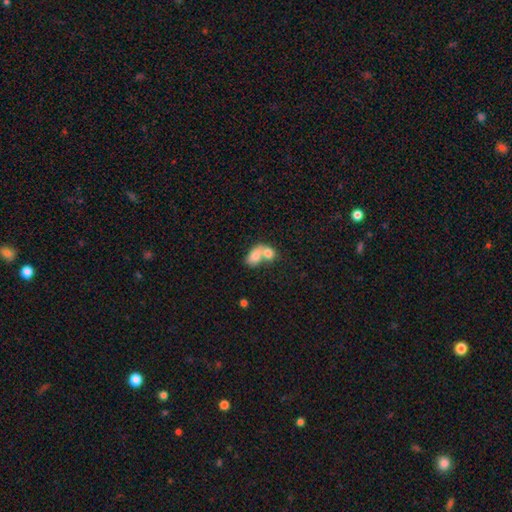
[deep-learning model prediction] smooth_or_featured: smooth (p=0.74) [alt: featured or disk p=0.18]
how_rounded: in between (p=0.76) [alt: round p=0.22]
merging: merger (p=0.74) [alt: none p=0.16]